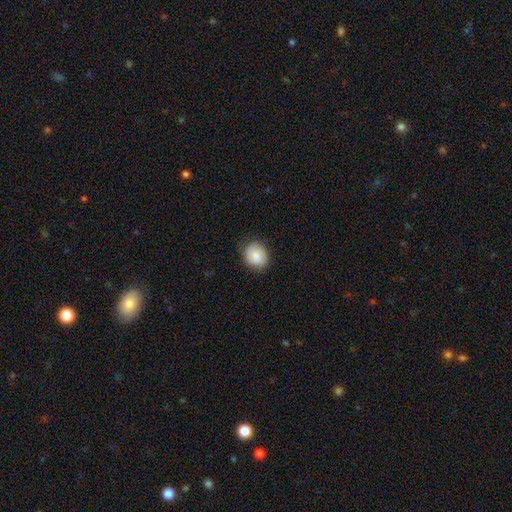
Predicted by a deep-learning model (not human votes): Smooth or featured? Predicted: smooth (p=0.82). How rounded? Predicted: round (p=0.69). Merging? Predicted: none (p=0.82).